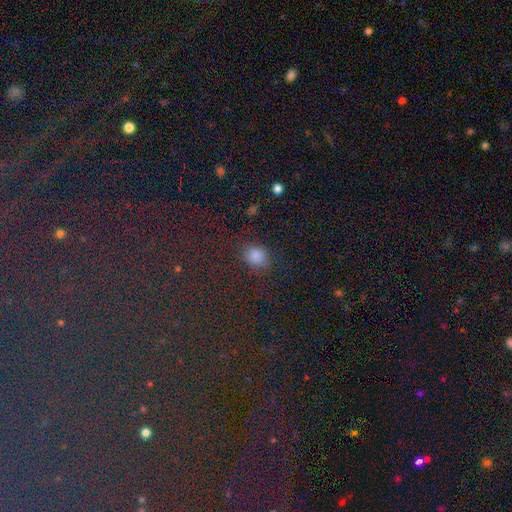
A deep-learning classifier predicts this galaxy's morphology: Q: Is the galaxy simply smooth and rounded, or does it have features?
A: smooth — 77%.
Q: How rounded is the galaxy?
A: in between — 52%.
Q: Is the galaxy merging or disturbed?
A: none — 76%.